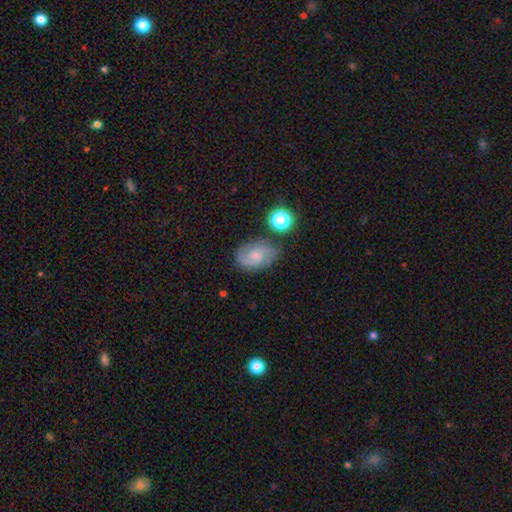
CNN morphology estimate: This appears to be a featured or disk galaxy (61%) with no bar (56%), 2 (79%) medium (50%) spiral arms (93%) and a small central bulge (47%). Merging: none (72%).